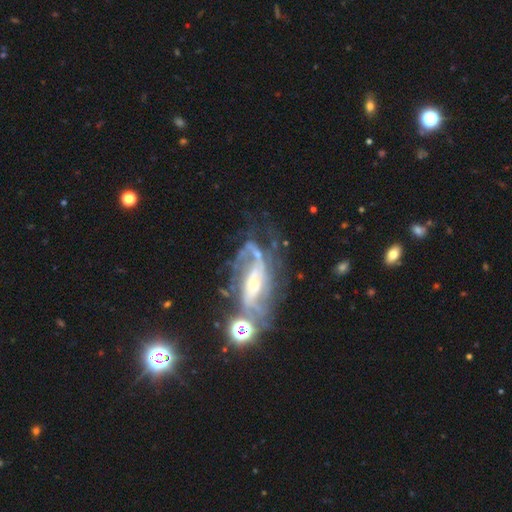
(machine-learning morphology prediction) Q: Smooth or featured?
A: featured or disk (83%); runner-up: star or artifact (10%)
Q: Edge-on disk?
A: no (92%); runner-up: yes (8%)
Q: Bar?
A: weak (39%); runner-up: no (38%)
Q: Spiral arms?
A: yes (91%); runner-up: no (9%)
Q: Spiral winding?
A: medium (44%); runner-up: tight (29%)
Q: Spiral arm count?
A: 2 (47%); runner-up: can't tell (27%)
Q: Bulge size?
A: small (53%); runner-up: moderate (37%)
Q: Merging?
A: none (50%); runner-up: major disturbance (22%)